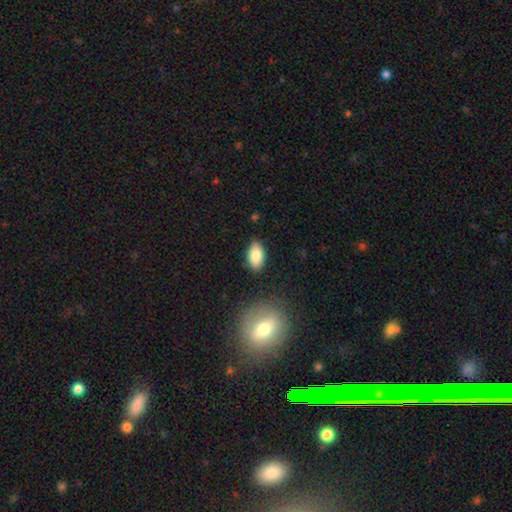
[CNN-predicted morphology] smooth 84%, featured or disk 9%, star or artifact 7%. Down the decision tree: how rounded — in between (93%); merging — none (84%).